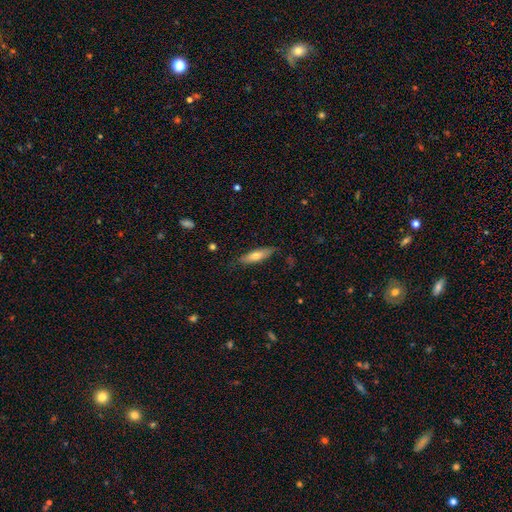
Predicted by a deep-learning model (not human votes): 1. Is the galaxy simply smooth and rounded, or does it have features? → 66% smooth, 28% featured or disk, 6% star or artifact.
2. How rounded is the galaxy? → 65% cigar-shaped, 33% in between, 2% round.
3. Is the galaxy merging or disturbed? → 81% none, 15% minor disturbance, 3% major disturbance, 1% merger.